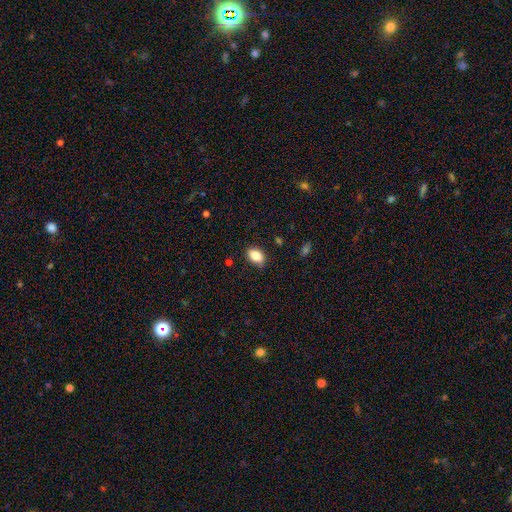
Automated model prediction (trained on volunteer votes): Morphology: type=smooth (84%); roundness=in between (85%); merging=none (80%).